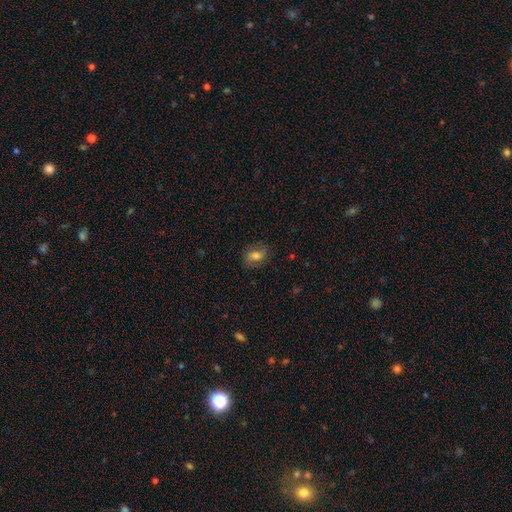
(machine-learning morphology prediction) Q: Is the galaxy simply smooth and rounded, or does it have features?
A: smooth — 67%.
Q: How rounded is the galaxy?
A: in between — 75%.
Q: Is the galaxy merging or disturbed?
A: none — 79%.